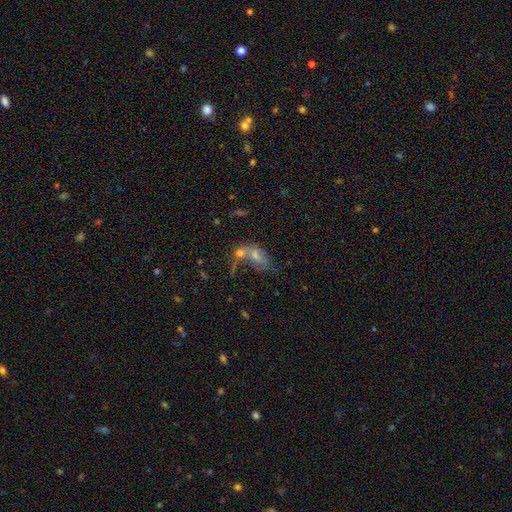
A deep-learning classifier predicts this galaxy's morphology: smooth_or_featured: smooth (p=0.49) [alt: featured or disk p=0.34]
merging: merger (p=0.50) [alt: none p=0.23]